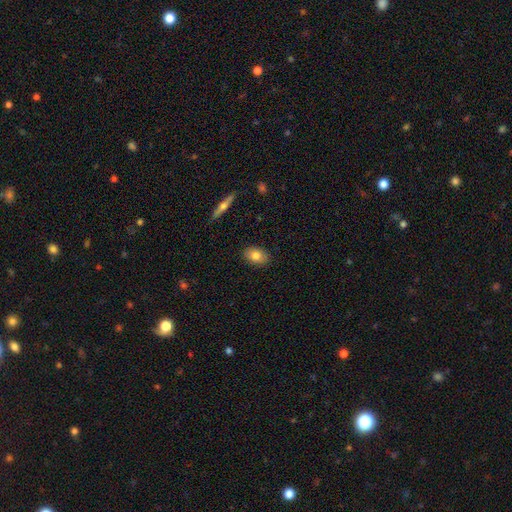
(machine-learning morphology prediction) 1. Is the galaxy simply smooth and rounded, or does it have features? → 78% smooth, 15% featured or disk, 8% star or artifact.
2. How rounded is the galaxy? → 84% in between, 15% round, 2% cigar-shaped.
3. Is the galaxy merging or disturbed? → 88% none, 9% minor disturbance, 2% major disturbance, 1% merger.